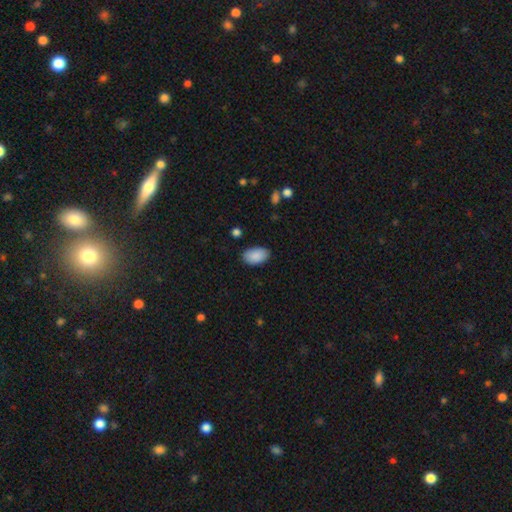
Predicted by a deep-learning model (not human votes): Q: Smooth or featured?
A: smooth (89%); runner-up: star or artifact (6%)
Q: How rounded?
A: in between (94%); runner-up: round (5%)
Q: Merging?
A: none (85%); runner-up: minor disturbance (12%)